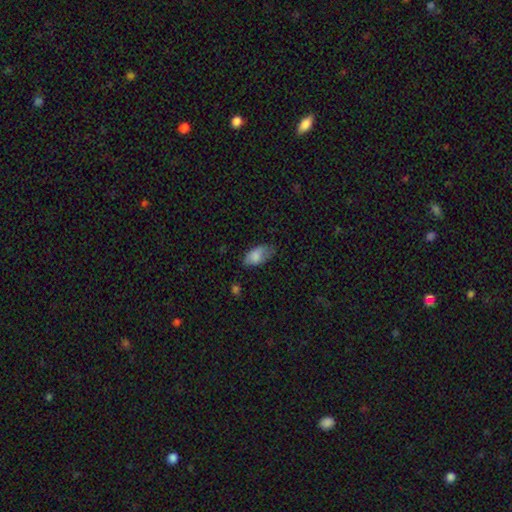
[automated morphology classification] smooth 82%, featured or disk 11%, star or artifact 8%. Down the decision tree: how rounded — in between (92%); merging — none (56%).